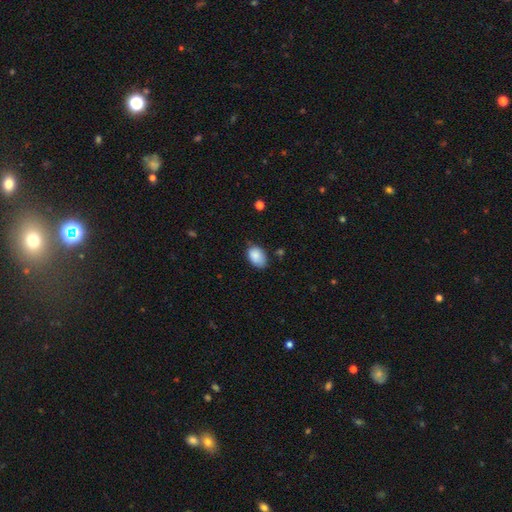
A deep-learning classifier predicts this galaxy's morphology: Overall: smooth (87%). How rounded: in between (87%). Merging: none (68%).